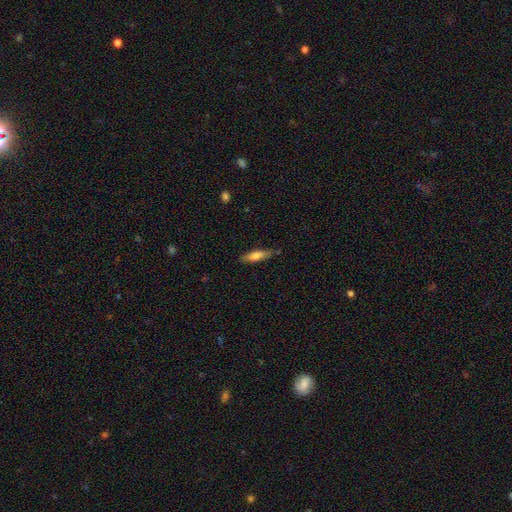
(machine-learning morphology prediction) Smooth or featured? smooth (69%)
How rounded? cigar-shaped (68%)
Merging? none (80%)